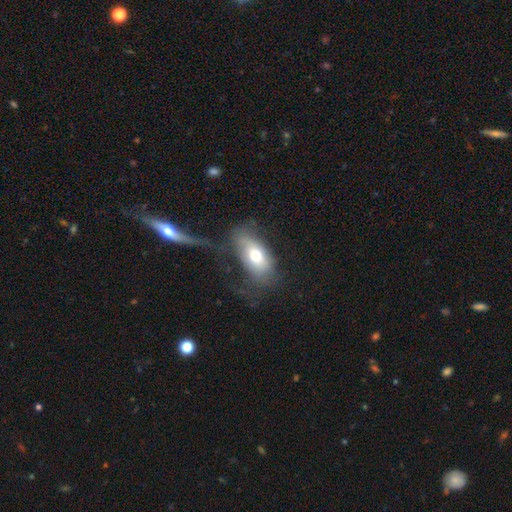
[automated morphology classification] smooth-or-featured: smooth: 62% | featured or disk: 29% | star or artifact: 9%
  how-rounded: in between: 88% | round: 8% | cigar-shaped: 5%
  merging: none: 47% | major disturbance: 26% | minor disturbance: 23% | merger: 4%